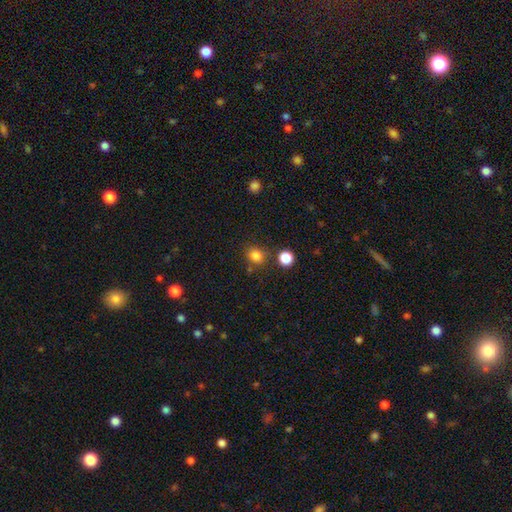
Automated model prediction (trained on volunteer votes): The model was most divided on "how rounded": round: 73%, in between: 26%, cigar-shaped: 1%. More confident: smooth or featured — smooth (82%); merging — none (77%).